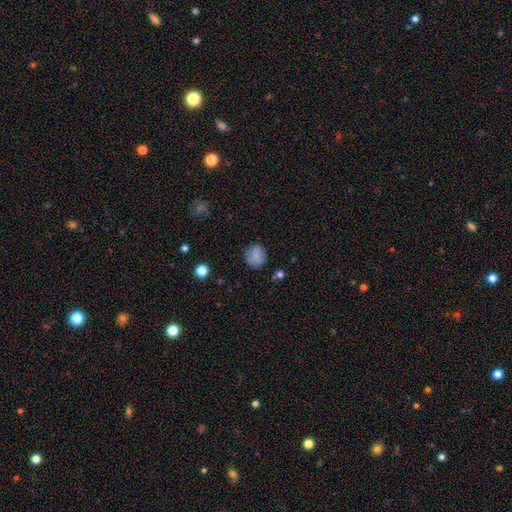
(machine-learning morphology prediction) The model was most divided on "how rounded": round: 83%, in between: 16%, cigar-shaped: 1%. More confident: merging — none (82%); smooth or featured — smooth (82%).